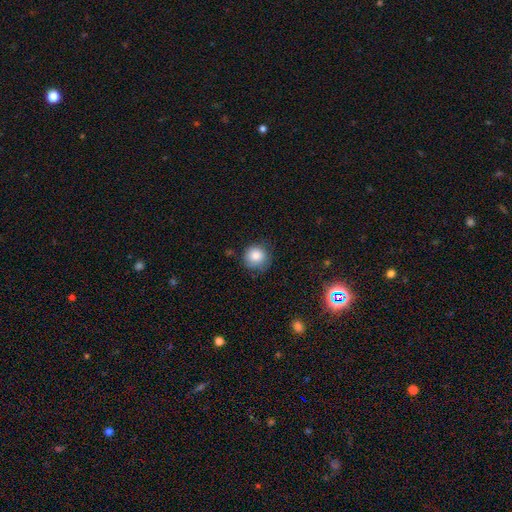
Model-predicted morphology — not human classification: This is clearly a smooth galaxy (84%). How rounded: clearly round (92%). Merging: likely none (74%).